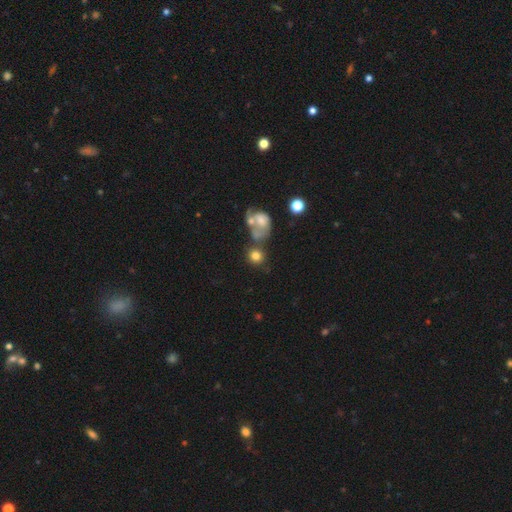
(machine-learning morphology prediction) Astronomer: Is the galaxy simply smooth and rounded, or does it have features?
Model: smooth — 75%.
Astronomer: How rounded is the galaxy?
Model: round — 78%.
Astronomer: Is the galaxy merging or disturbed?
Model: none — 46% (runner-up: merger, 31%).